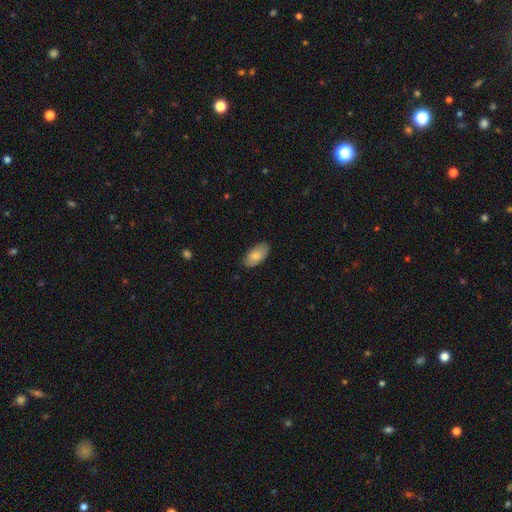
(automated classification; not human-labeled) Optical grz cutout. It shows a smooth galaxy with no disk features (84%) that is in between round and cigar-shaped (94%). Merging: none (81%).